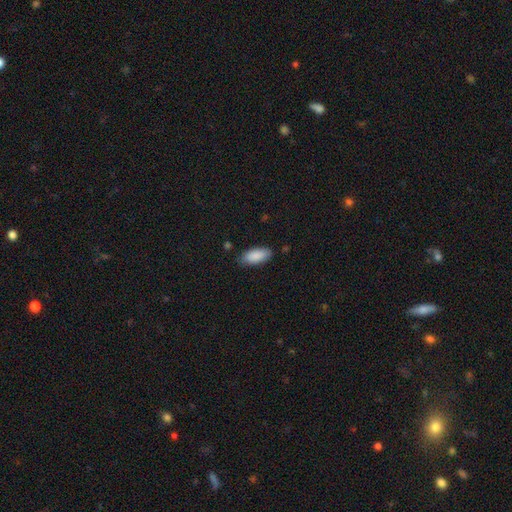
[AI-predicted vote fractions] The model was most divided on "merging": none: 81%, minor disturbance: 14%, major disturbance: 3%, merger: 2%. More confident: smooth or featured — smooth (89%); how rounded — in between (87%).